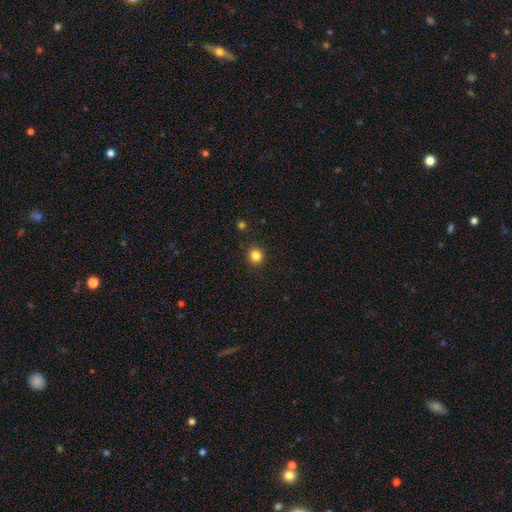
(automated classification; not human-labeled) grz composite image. It shows a smooth galaxy with no disk features (84%) that is round (87%). Merging: none (90%).